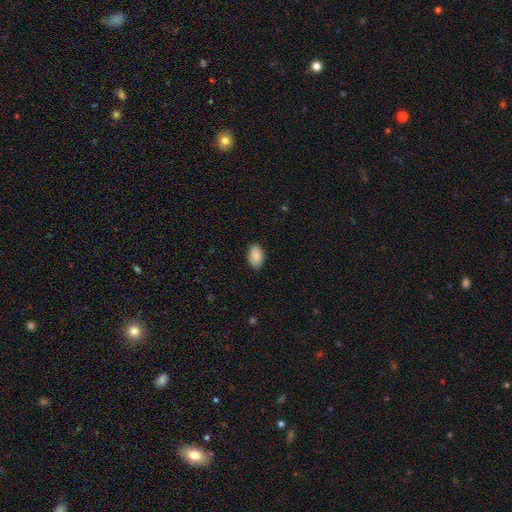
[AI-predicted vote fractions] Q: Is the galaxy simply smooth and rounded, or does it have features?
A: smooth — 90%.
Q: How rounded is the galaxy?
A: in between — 92%.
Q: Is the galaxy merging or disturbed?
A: none — 85%.